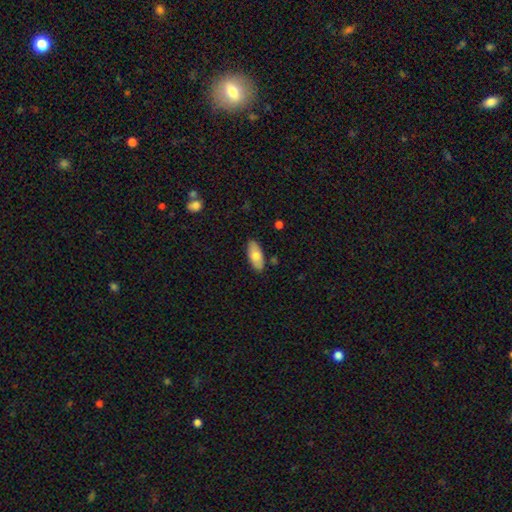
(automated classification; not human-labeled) smooth-or-featured: smooth: 76% | featured or disk: 18% | star or artifact: 6%
  how-rounded: in between: 89% | cigar-shaped: 9% | round: 2%
  merging: none: 85% | minor disturbance: 11% | major disturbance: 2% | merger: 2%